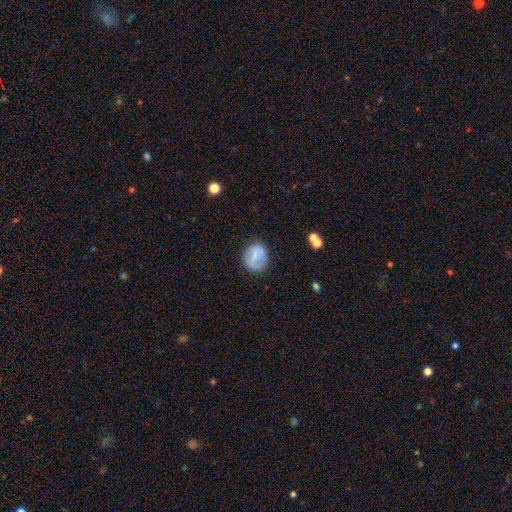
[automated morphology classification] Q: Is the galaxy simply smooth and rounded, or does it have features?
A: smooth — 62%.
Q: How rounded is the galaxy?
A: round — 65%.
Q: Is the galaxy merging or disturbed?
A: none — 77%.